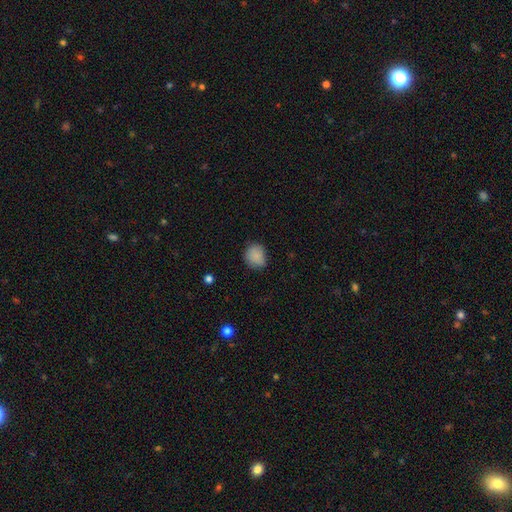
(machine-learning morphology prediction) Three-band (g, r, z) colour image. It shows a smooth galaxy with no disk features (86%) that is round (73%). Merging: none (73%).